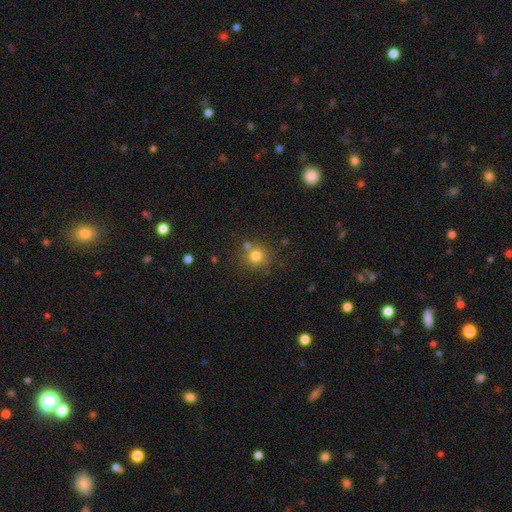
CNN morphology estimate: A smooth galaxy with no disk features (77%) that is round (89%). Merging: none (71%).